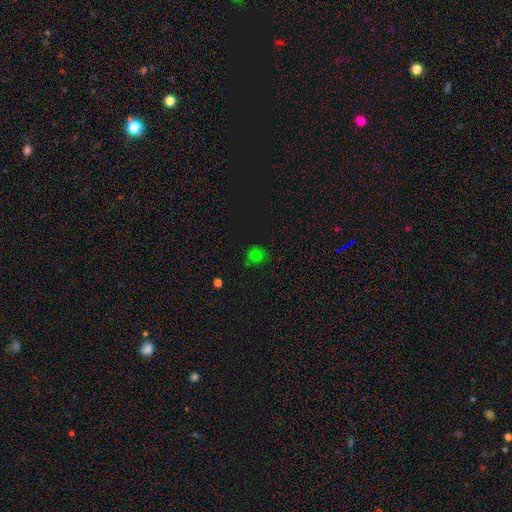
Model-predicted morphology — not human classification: This appears to be a smooth galaxy with no disk features (71%) that is round (83%). Merging: none (76%).